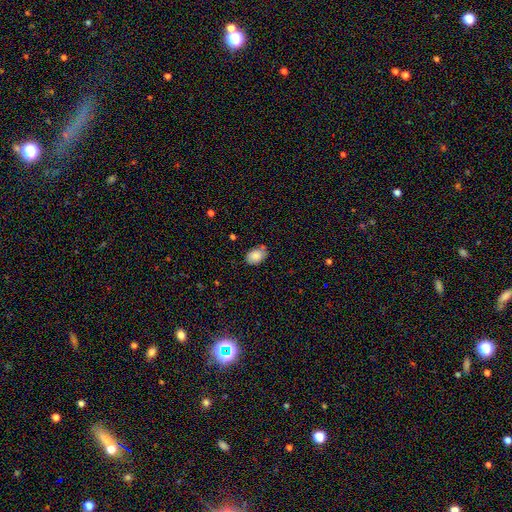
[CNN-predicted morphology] Smooth or featured? Predicted: smooth (p=0.83). How rounded? Predicted: in between (p=0.85). Merging? Predicted: none (p=0.73).